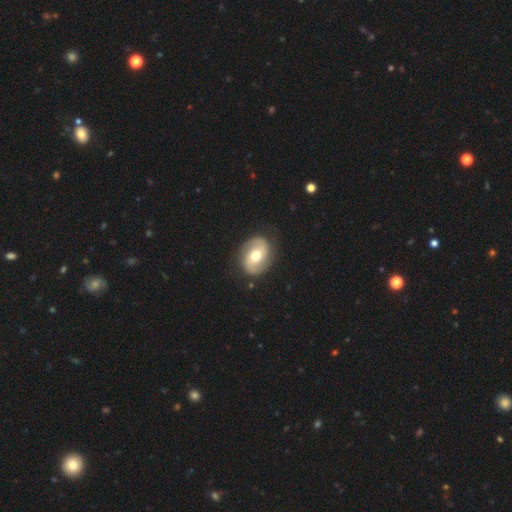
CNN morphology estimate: This appears to be a featured or disk galaxy (73%) with no bar (49%), 2 (92%) medium (43%) spiral arms (88%) and a moderate central bulge (76%). Merging: none (86%).